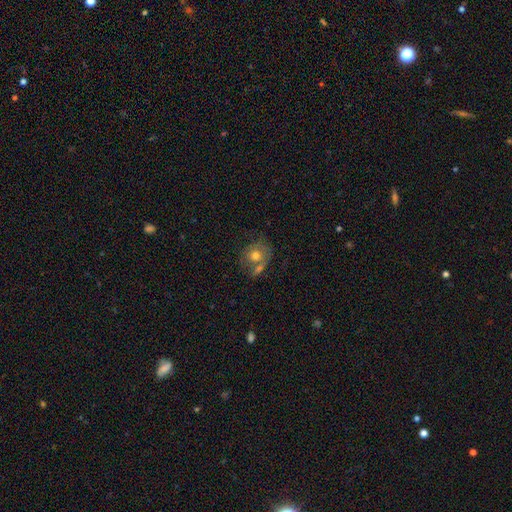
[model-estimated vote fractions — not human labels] This appears to be a smooth galaxy with no disk features (61%) that is round (64%). Merging: none (40%).